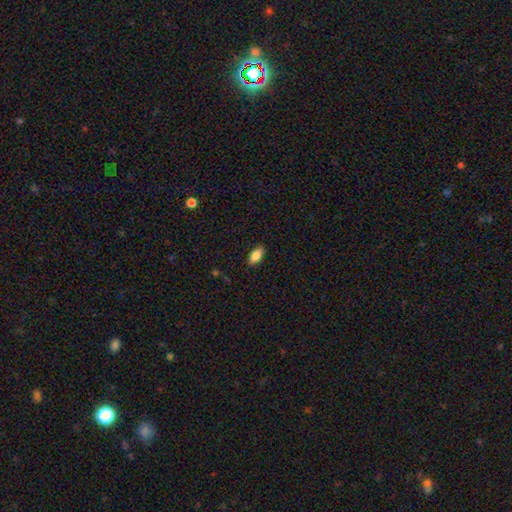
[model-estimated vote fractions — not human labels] Morphology: type=smooth (83%); roundness=in between (90%); merging=none (89%).